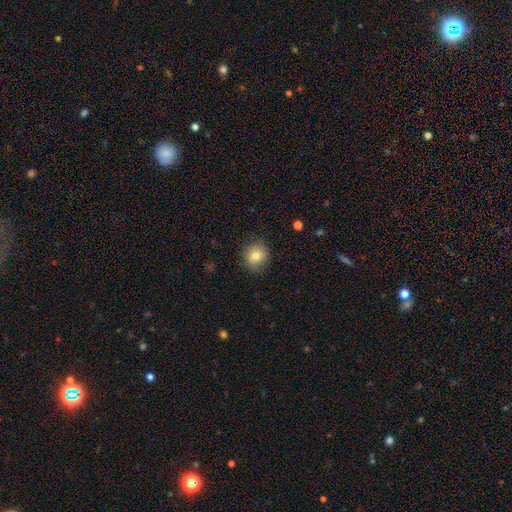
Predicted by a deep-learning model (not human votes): This appears to be a smooth galaxy with no disk features (77%) that is round (84%). Merging: none (83%).